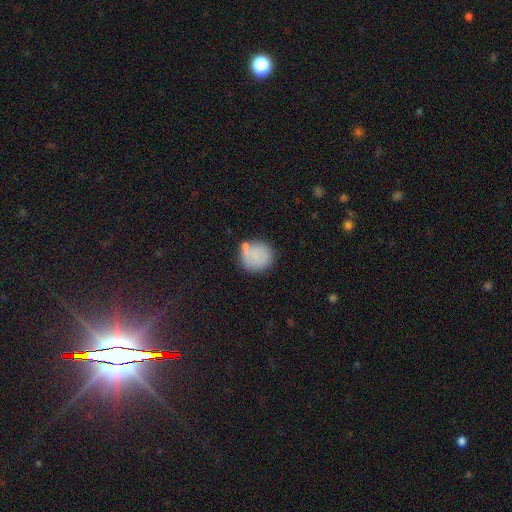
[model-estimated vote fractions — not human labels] This appears to be a smooth galaxy with no disk features (79%) that is round (87%). Merging: none (63%).